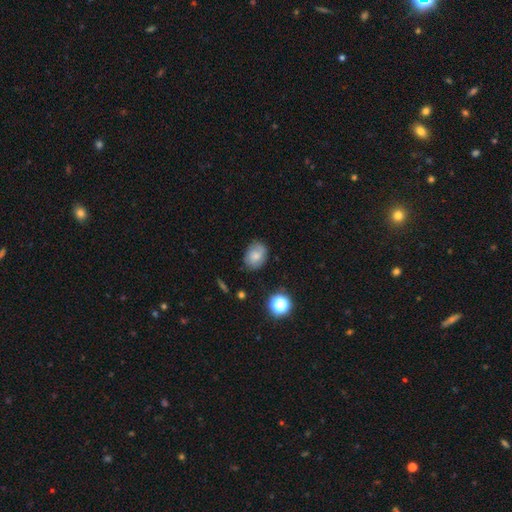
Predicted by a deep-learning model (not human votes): smooth 72%, featured or disk 17%, star or artifact 11%. Down the decision tree: how rounded — in between (63%); merging — none (72%).